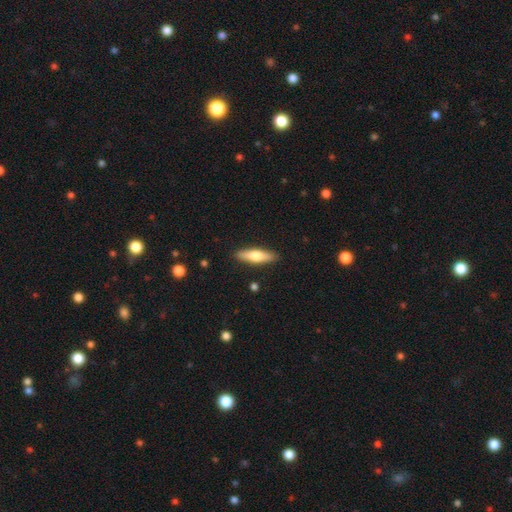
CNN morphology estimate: Smooth or featured?
  - smooth: 64% *
  - featured or disk: 31%
  - star or artifact: 5%
How rounded?
  - cigar-shaped: 66% *
  - in between: 32%
  - round: 2%
Merging?
  - none: 89% *
  - minor disturbance: 8%
  - major disturbance: 2%
  - merger: 1%